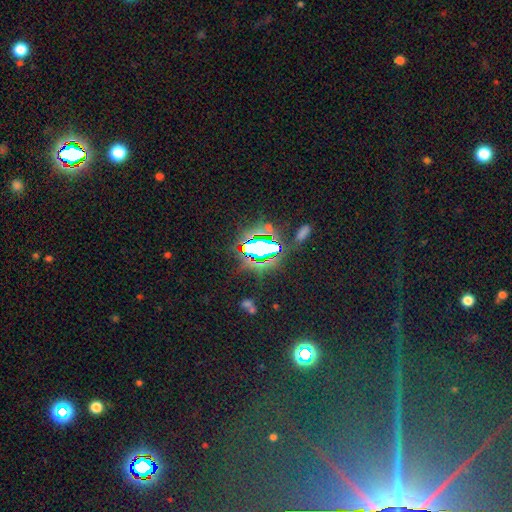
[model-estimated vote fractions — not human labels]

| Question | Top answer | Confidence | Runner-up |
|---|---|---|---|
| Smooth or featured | star or artifact | 68% | smooth (21%) |